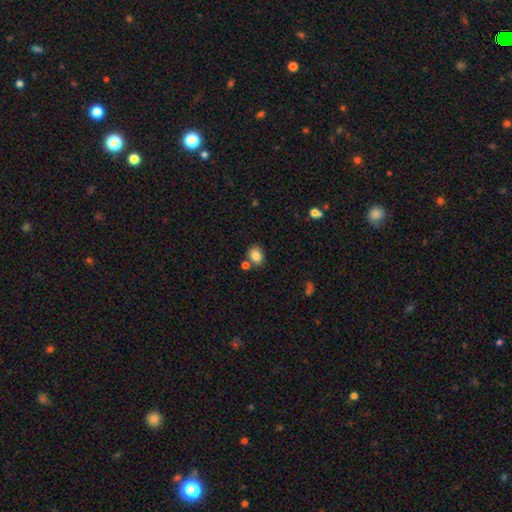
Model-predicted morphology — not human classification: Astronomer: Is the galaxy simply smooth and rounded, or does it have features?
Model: smooth — 83%.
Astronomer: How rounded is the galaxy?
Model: in between — 53% (runner-up: round, 46%).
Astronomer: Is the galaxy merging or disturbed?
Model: none — 70%.